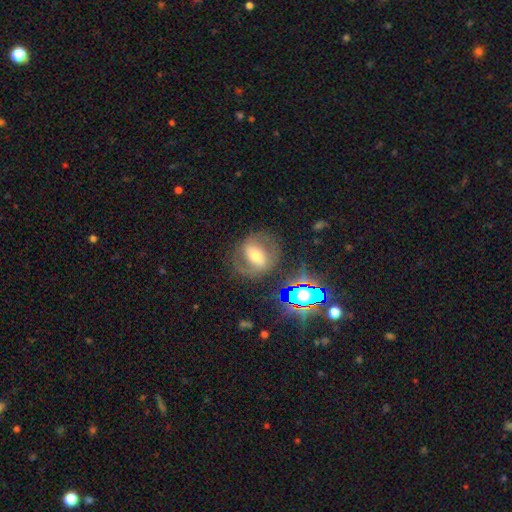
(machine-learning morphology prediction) Q: Smooth or featured?
A: featured or disk (60%); runner-up: smooth (26%)
Q: Edge-on disk?
A: no (94%); runner-up: yes (6%)
Q: Bar?
A: strong (46%); runner-up: weak (32%)
Q: Spiral arms?
A: yes (73%); runner-up: no (27%)
Q: Bulge size?
A: moderate (62%); runner-up: small (23%)
Q: Merging?
A: none (72%); runner-up: minor disturbance (15%)